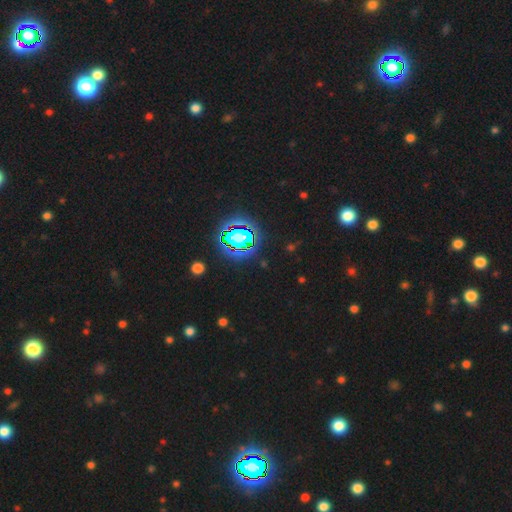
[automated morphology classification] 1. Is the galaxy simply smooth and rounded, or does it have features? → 81% star or artifact, 12% smooth, 7% featured or disk.